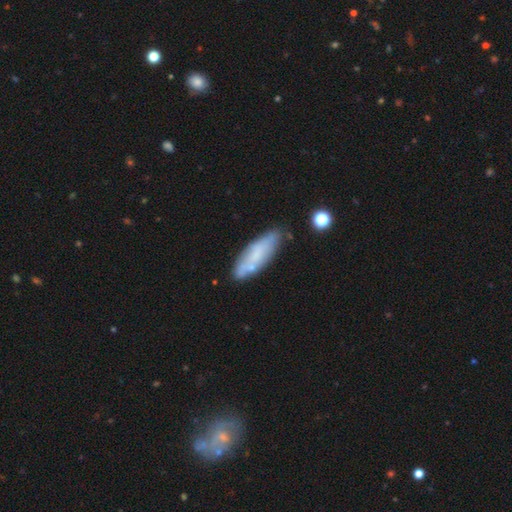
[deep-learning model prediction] smooth 58%, featured or disk 34%, star or artifact 8%. Down the decision tree: how rounded — in between (51%); merging — none (68%).